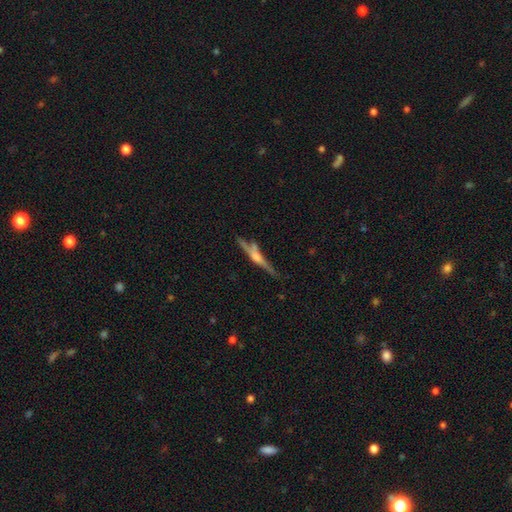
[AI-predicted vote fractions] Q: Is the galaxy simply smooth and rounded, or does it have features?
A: featured or disk — 65%.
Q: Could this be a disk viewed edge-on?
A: yes — 95%.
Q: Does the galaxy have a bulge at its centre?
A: rounded — 68%.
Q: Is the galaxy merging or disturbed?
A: none — 68%.